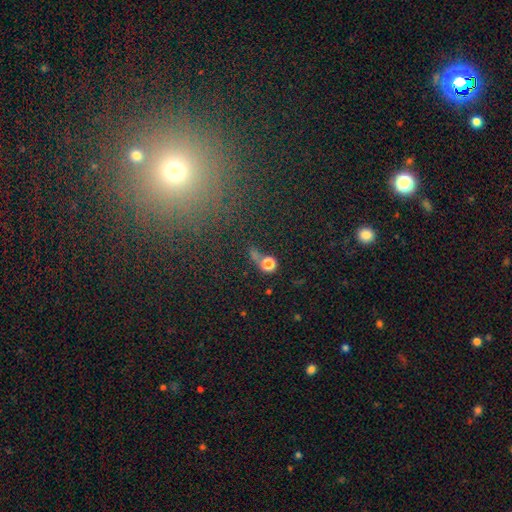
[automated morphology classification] A smooth galaxy with no disk features (51%) that is round (59%). Merging: none (66%).